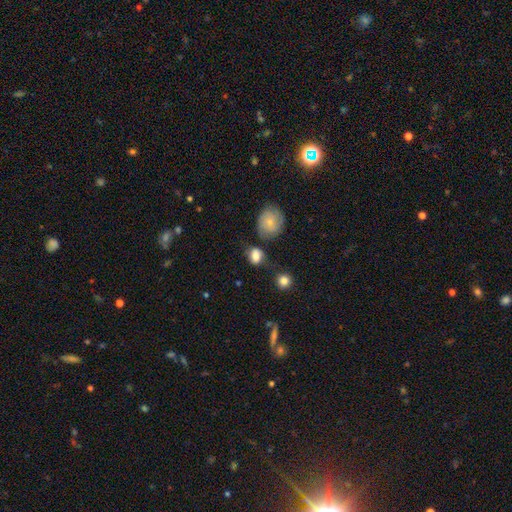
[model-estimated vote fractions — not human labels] This appears to be a smooth galaxy with no disk features (79%) that is in between round and cigar-shaped (60%). Merging: none (56%).